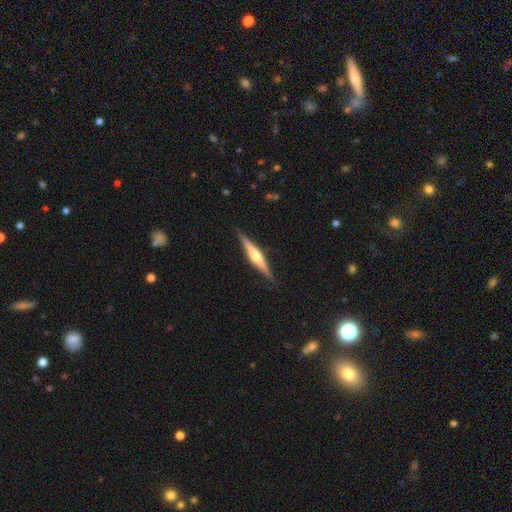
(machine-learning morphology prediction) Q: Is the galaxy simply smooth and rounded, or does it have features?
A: featured or disk — 72%.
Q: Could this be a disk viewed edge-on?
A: yes — 98%.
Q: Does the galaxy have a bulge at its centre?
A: rounded — 86%.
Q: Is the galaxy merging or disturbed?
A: none — 90%.